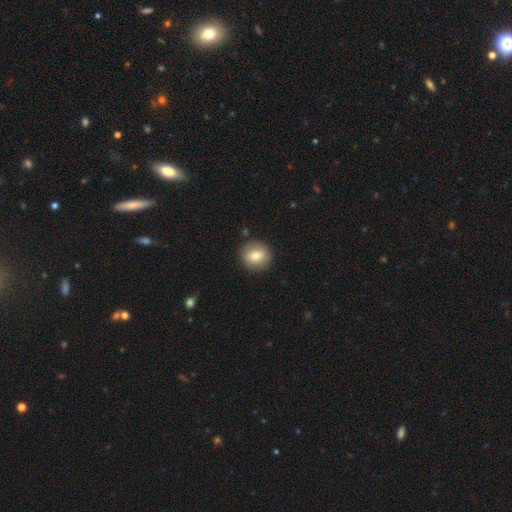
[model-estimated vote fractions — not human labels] smooth-or-featured: smooth: 77% | featured or disk: 15% | star or artifact: 8%
  how-rounded: round: 86% | in between: 13% | cigar-shaped: 1%
  merging: none: 88% | minor disturbance: 8% | major disturbance: 2% | merger: 1%